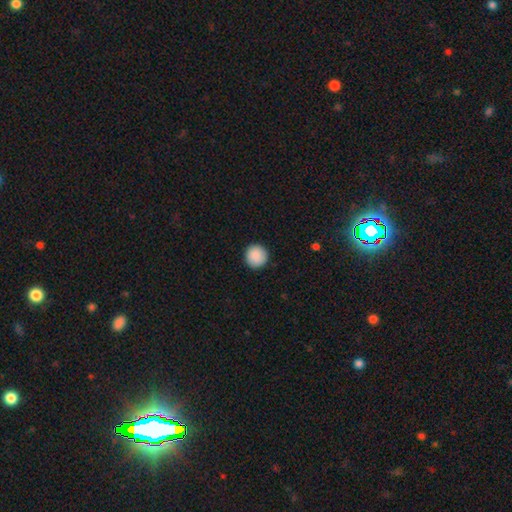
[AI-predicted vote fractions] Smooth or featured? Predicted: smooth (p=0.90). How rounded? Predicted: round (p=0.95). Merging? Predicted: none (p=0.92).